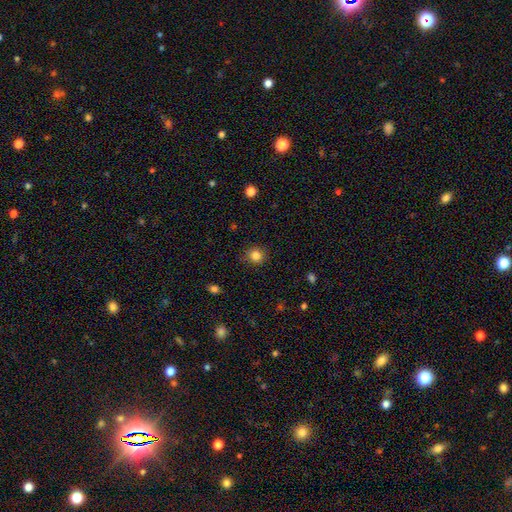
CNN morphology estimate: smooth 83%, star or artifact 11%, featured or disk 5%. Down the decision tree: how rounded — round (84%); merging — none (83%).